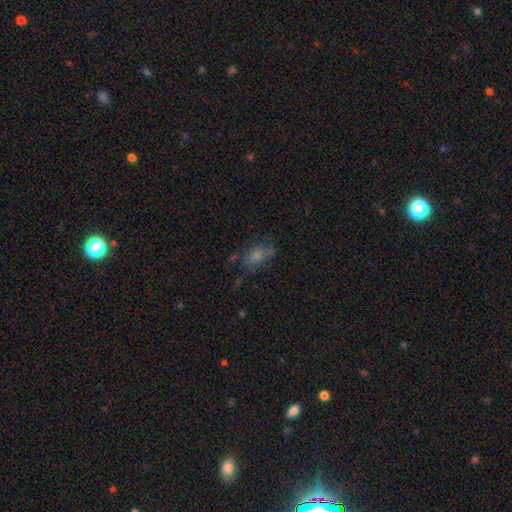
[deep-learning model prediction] The model was most divided on "smooth or featured": smooth: 47%, featured or disk: 32%, star or artifact: 21%. More confident: merging — none (57%).